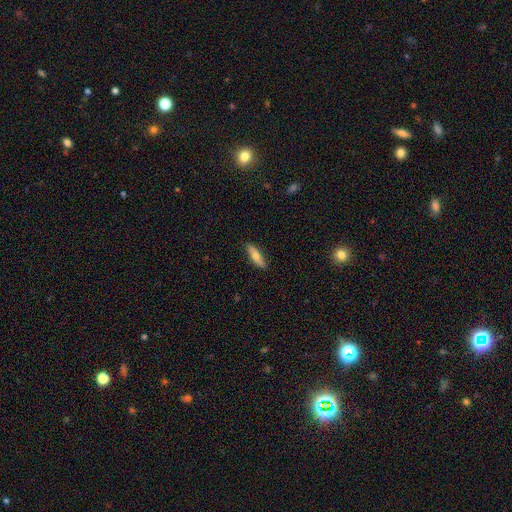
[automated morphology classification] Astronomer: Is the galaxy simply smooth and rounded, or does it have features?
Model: smooth — 63%.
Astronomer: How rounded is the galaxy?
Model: cigar-shaped — 55% (runner-up: in between, 42%).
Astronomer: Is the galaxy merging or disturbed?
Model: none — 85%.